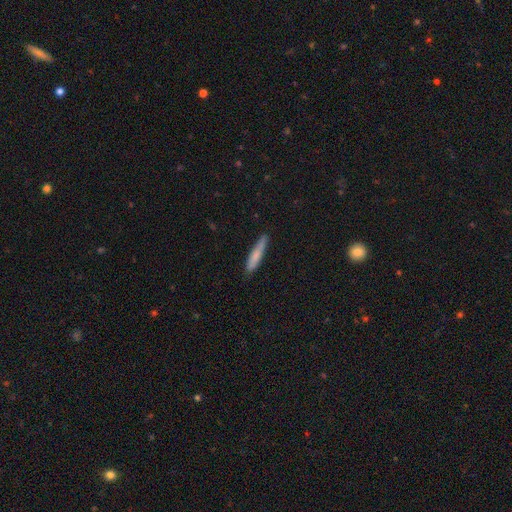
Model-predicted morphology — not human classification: This appears to be a smooth galaxy with no disk features (74%) that is cigar-shaped (91%). Merging: none (84%).